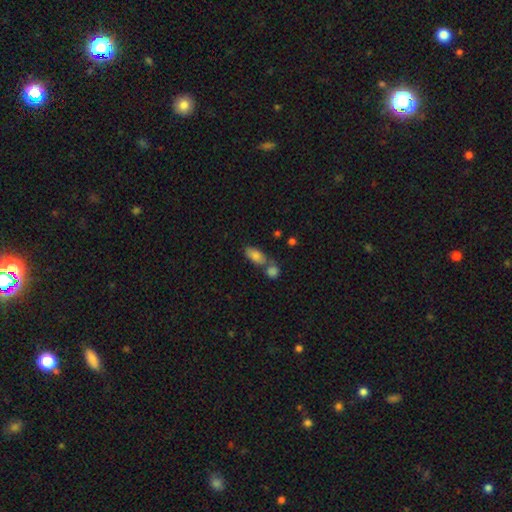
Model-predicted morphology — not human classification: A smooth galaxy with no disk features (80%) that is in between round and cigar-shaped (85%). Merging: none (47%).